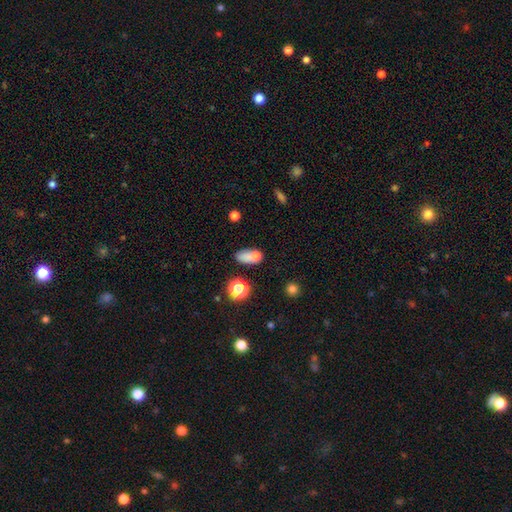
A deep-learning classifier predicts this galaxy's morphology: Q: Smooth or featured?
A: smooth (73%); runner-up: star or artifact (14%)
Q: How rounded?
A: in between (75%); runner-up: round (20%)
Q: Merging?
A: none (47%); runner-up: merger (27%)